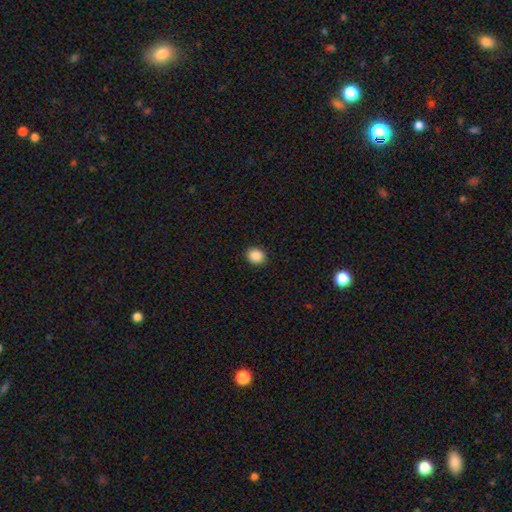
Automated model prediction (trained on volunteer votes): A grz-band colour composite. It shows a smooth galaxy with no disk features (88%) that is round (70%). Merging: none (92%).